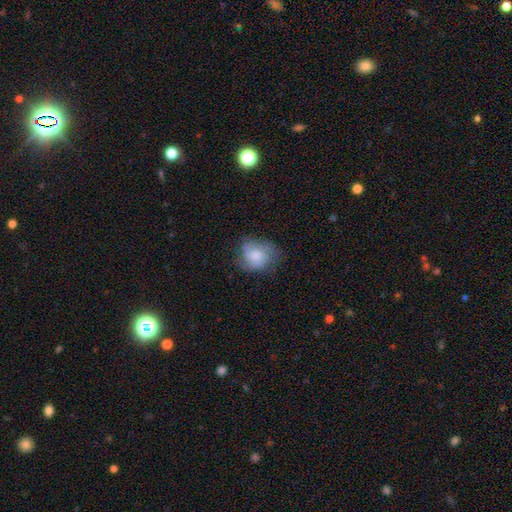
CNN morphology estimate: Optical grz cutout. It shows a smooth galaxy with no disk features (60%) that is round (56%). Merging: none (58%).